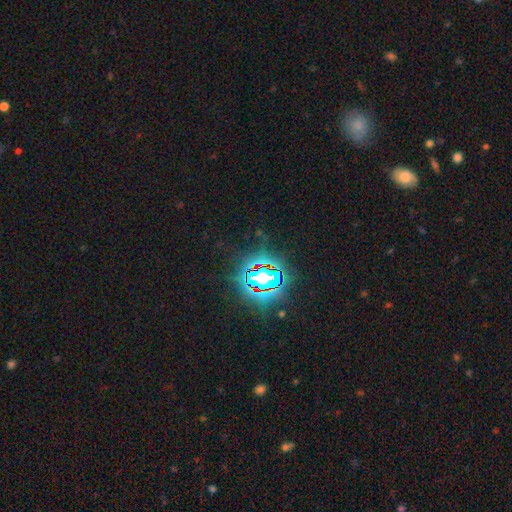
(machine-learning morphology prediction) star or artifact 82%, smooth 10%, featured or disk 8%.